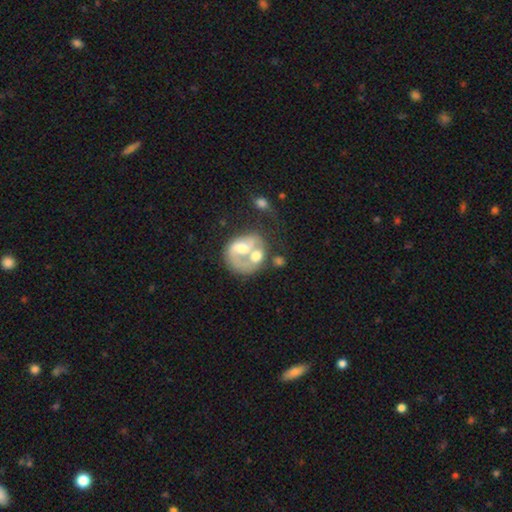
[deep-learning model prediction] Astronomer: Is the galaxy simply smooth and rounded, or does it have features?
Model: featured or disk — 58% (runner-up: smooth, 35%).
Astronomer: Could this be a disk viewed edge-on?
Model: no — 97%.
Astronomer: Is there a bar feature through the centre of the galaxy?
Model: no — 74%.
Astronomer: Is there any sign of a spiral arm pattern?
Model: no — 57% (runner-up: yes, 43%).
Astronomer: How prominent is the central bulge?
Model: moderate — 57%.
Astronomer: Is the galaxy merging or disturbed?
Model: merger — 60%.